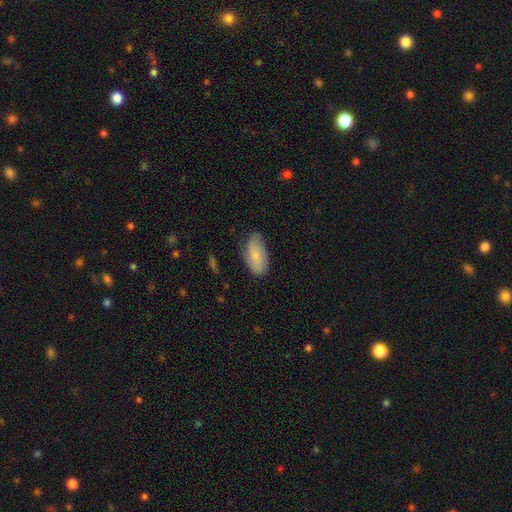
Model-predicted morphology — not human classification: type=smooth (70%); roundness=in between (92%); merging=none (69%).